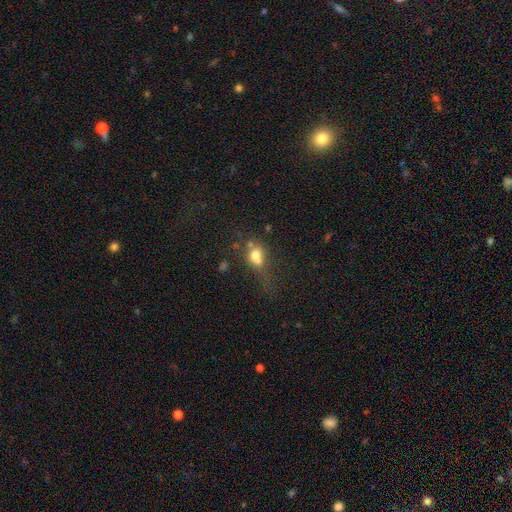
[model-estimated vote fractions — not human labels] Smooth or featured? Predicted: smooth (p=0.66). How rounded? Predicted: in between (p=0.49). Merging? Predicted: merger (p=0.36).